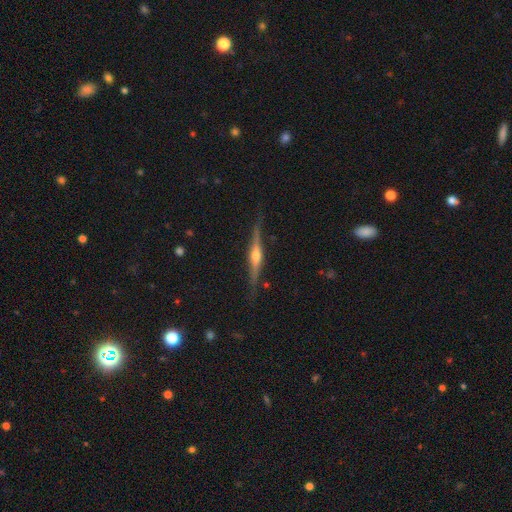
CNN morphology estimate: Q: Smooth or featured?
A: featured or disk (80%); runner-up: smooth (14%)
Q: Edge-on disk?
A: yes (98%); runner-up: no (2%)
Q: Edge-on bulge?
A: rounded (89%); runner-up: boxy (6%)
Q: Merging?
A: none (86%); runner-up: minor disturbance (11%)